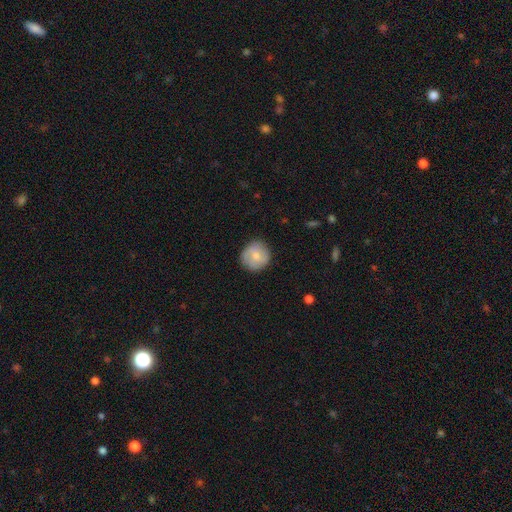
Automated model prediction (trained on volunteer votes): smooth-or-featured: smooth: 68% | featured or disk: 26% | star or artifact: 6%
  how-rounded: round: 91% | in between: 8% | cigar-shaped: 1%
  merging: none: 84% | minor disturbance: 12% | major disturbance: 3% | merger: 1%